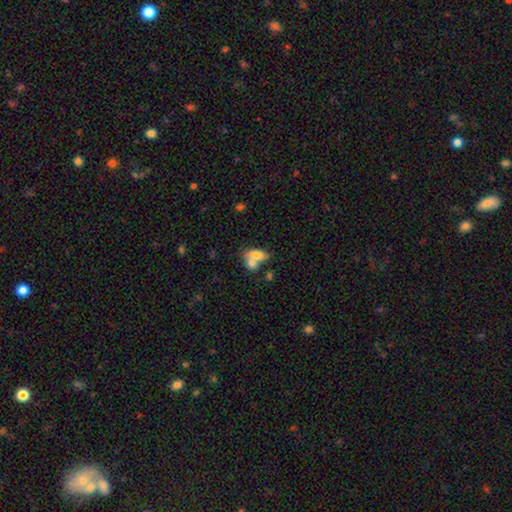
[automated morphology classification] This is likely a smooth galaxy (74%). How rounded: clearly in between (83%). Merging: possibly merger (58%).